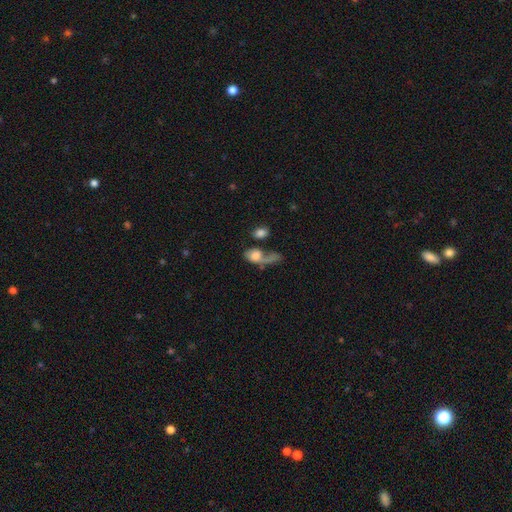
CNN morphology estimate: smooth 60%, featured or disk 30%, star or artifact 10%. Down the decision tree: how rounded — in between (76%); merging — merger (33%, tied with major disturbance).